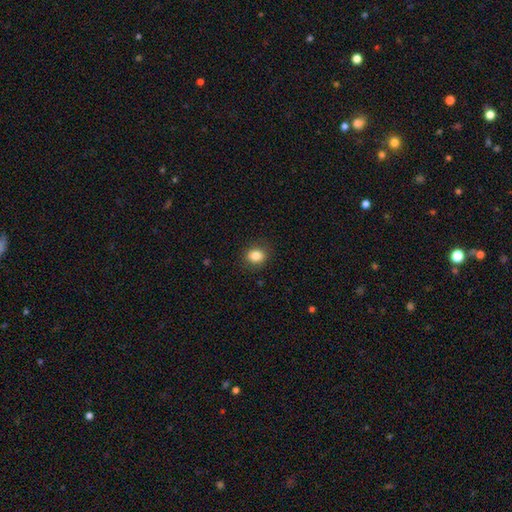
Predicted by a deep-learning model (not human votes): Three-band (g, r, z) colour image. It shows a smooth galaxy with no disk features (84%) that is round (58%). Merging: none (87%).